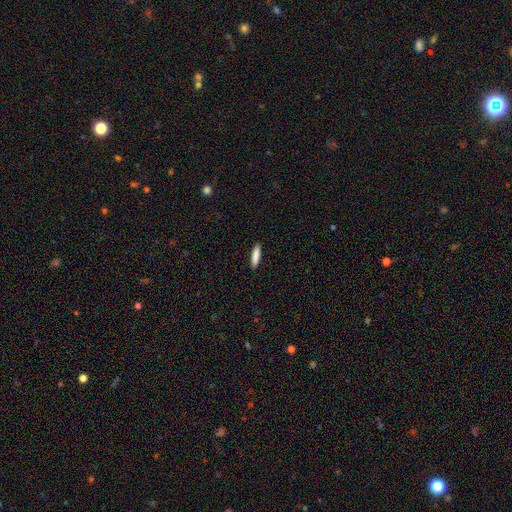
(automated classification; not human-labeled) Smooth or featured? smooth (85%)
How rounded? cigar-shaped (84%)
Merging? none (90%)